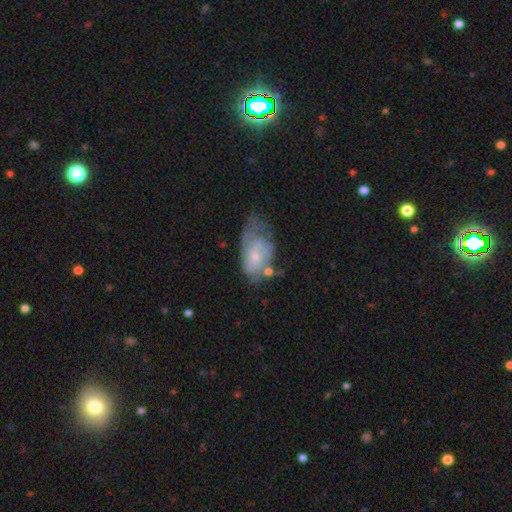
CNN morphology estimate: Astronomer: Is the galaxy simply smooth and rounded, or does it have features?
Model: featured or disk — 57% (runner-up: smooth, 36%).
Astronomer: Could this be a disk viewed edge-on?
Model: no — 95%.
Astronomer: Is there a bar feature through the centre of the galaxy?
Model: no — 68%.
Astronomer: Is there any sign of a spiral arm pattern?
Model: yes — 59% (runner-up: no, 41%).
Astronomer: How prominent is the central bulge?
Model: small — 66%.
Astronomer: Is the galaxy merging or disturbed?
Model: minor disturbance — 32% (runner-up: none, 29%).